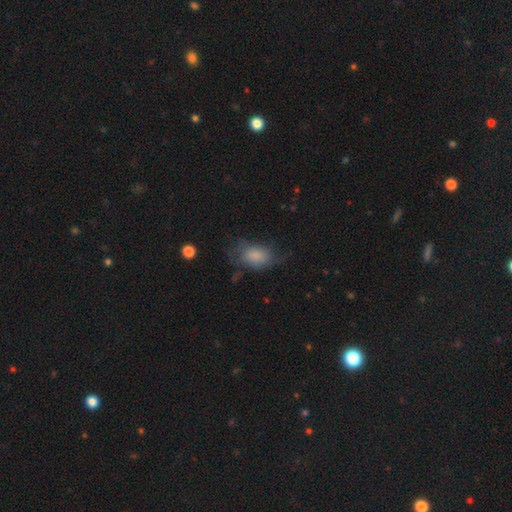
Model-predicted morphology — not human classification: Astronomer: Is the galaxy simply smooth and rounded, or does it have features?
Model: smooth — 72%.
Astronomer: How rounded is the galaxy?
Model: in between — 86%.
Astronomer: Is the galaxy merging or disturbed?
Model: none — 47% (runner-up: minor disturbance, 30%).